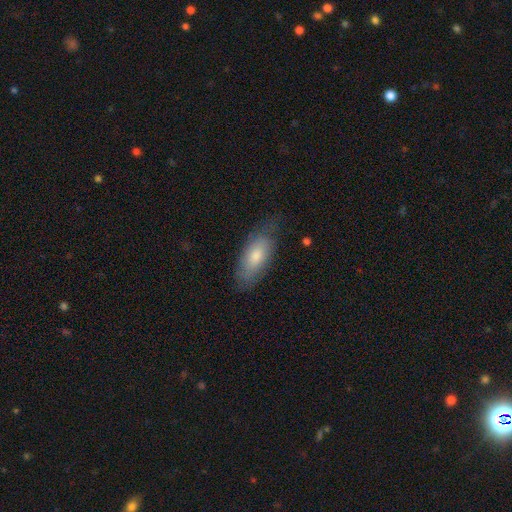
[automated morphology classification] smooth_or_featured: smooth (p=0.69) [alt: featured or disk p=0.25]
how_rounded: in between (p=0.83) [alt: cigar-shaped p=0.15]
merging: none (p=0.71) [alt: minor disturbance p=0.22]